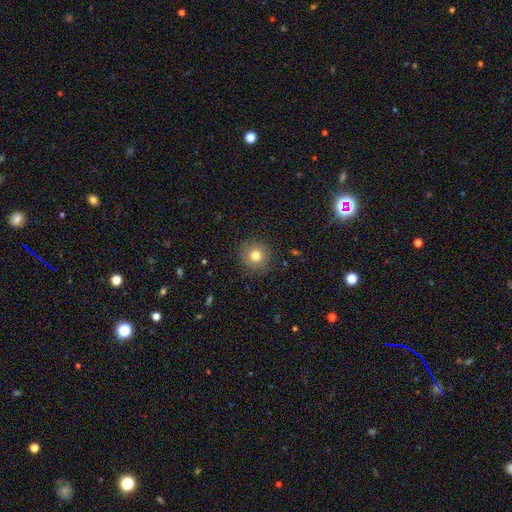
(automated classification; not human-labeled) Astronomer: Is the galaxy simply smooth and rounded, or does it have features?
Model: smooth — 78%.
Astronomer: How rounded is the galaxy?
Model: round — 93%.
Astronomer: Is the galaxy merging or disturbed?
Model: none — 88%.